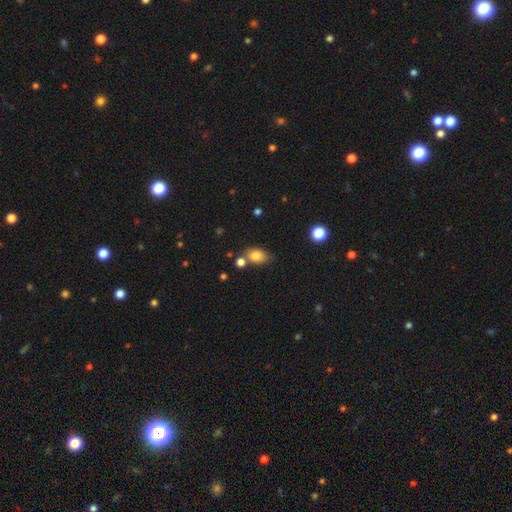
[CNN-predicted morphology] This is clearly a smooth galaxy (82%). How rounded: likely in between (79%). Merging: likely none (62%).